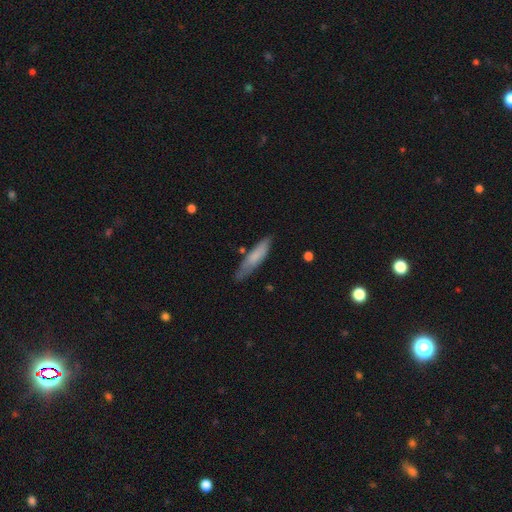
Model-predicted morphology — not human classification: The model was most divided on "smooth or featured": smooth: 74%, featured or disk: 20%, star or artifact: 6%. More confident: how rounded — cigar-shaped (79%); merging — none (75%).